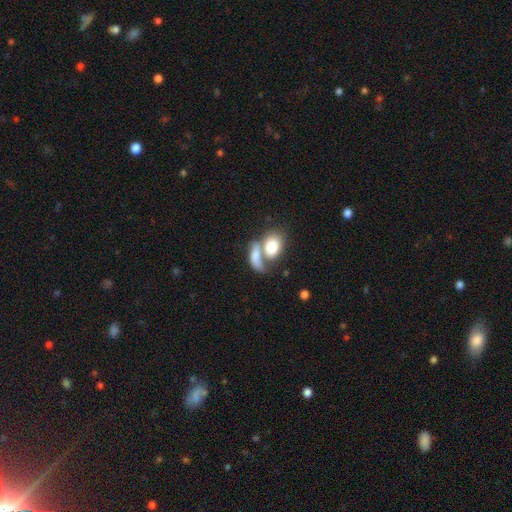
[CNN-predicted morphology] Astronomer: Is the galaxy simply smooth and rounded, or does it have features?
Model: smooth — 75%.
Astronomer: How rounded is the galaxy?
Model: in between — 81%.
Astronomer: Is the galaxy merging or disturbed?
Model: merger — 63%.